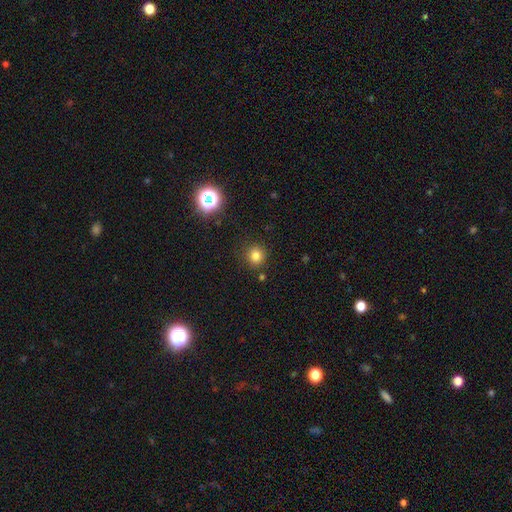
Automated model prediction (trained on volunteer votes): Smooth or featured? smooth (80%)
How rounded? round (92%)
Merging? none (87%)